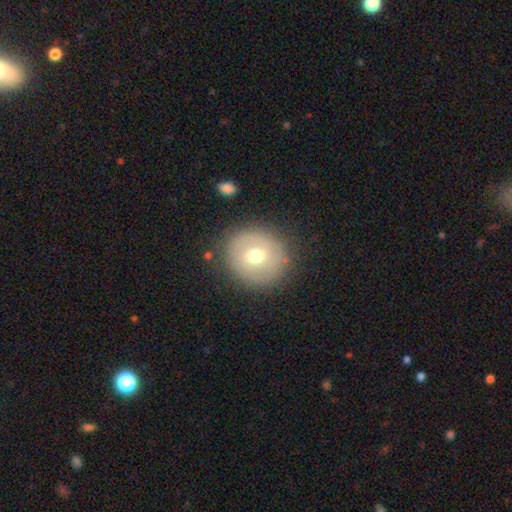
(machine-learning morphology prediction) This is possibly a smooth galaxy (58%). How rounded: clearly round (86%). Merging: clearly none (84%).